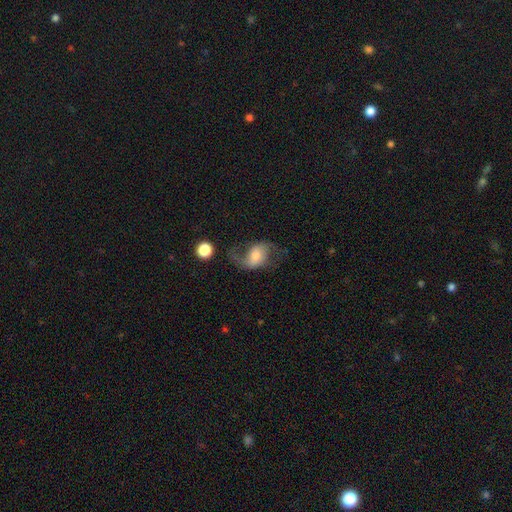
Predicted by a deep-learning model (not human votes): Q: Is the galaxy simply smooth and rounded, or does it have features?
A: featured or disk — 63%.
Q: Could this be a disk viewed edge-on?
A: no — 96%.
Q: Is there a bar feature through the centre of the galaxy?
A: no — 45%.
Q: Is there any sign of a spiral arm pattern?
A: yes — 89%.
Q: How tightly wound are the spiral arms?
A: loose — 72%.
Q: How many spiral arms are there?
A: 2 — 83%.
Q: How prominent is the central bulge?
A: moderate — 50%.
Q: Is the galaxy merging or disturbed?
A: none — 51%.